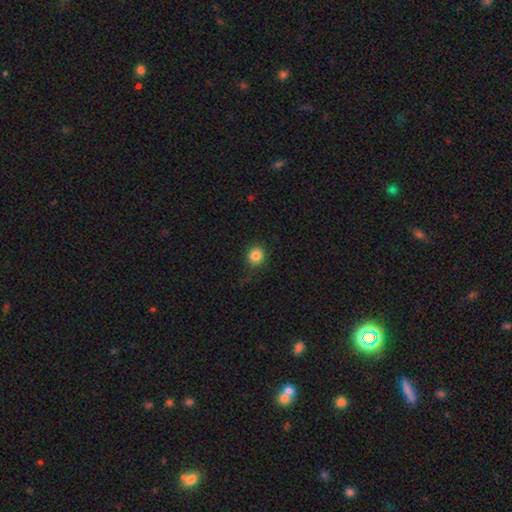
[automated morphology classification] smooth-or-featured: smooth: 84% | star or artifact: 11% | featured or disk: 5%
  how-rounded: round: 87% | in between: 12% | cigar-shaped: 1%
  merging: none: 85% | minor disturbance: 11% | major disturbance: 3% | merger: 1%